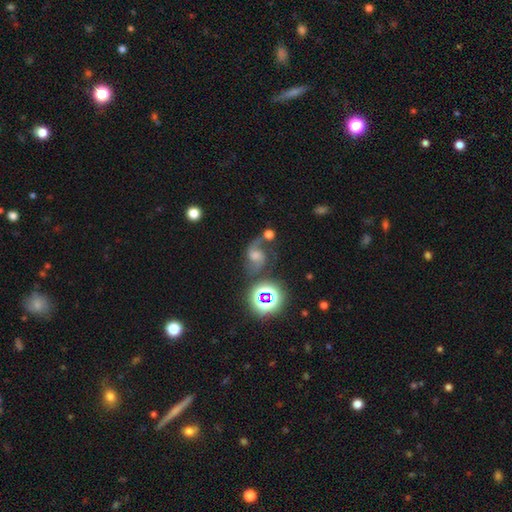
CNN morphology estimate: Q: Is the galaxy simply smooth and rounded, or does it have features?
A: featured or disk — 65%.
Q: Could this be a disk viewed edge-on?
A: no — 97%.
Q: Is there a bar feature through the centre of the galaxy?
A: no — 52%.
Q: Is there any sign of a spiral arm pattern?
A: yes — 93%.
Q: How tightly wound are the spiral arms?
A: loose — 47%.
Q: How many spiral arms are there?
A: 2 — 86%.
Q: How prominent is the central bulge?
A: moderate — 48%.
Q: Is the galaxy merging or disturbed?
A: none — 55%.